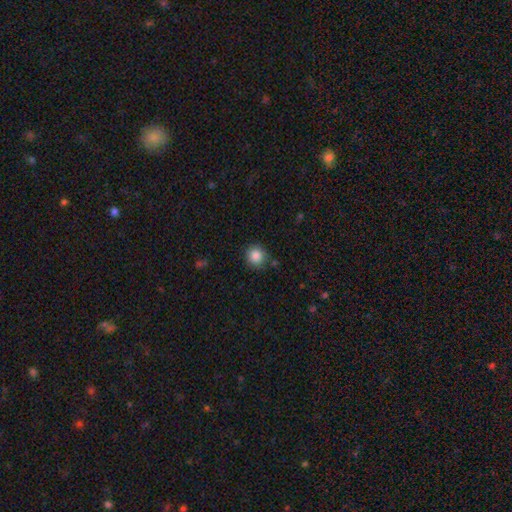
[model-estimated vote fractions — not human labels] A smooth galaxy with no disk features (86%) that is round (90%).

Vote fractions:
- Smooth or featured? smooth: 86% / star or artifact: 10% / featured or disk: 4%
- How rounded? round: 90% / in between: 9% / cigar-shaped: 1%
- Merging? none: 85% / minor disturbance: 10% / merger: 3% / major disturbance: 3%